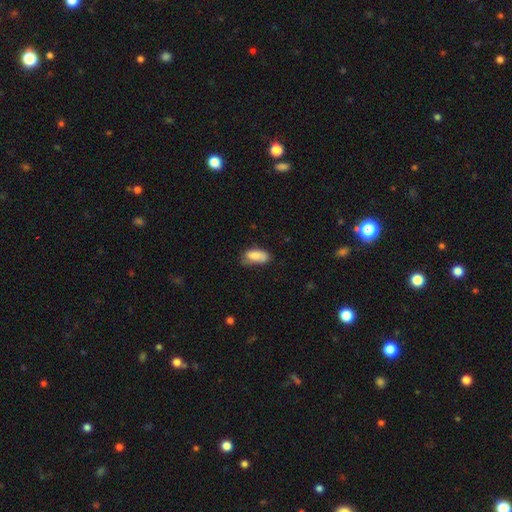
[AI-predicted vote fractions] Smooth or featured: smooth — 84% (featured or disk — 8%)
How rounded: in between — 89% (cigar-shaped — 8%)
Merging: none — 52% (minor disturbance — 35%)